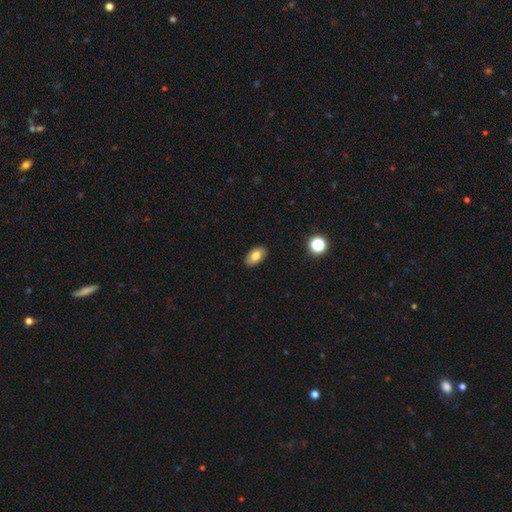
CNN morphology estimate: Smooth or featured? Predicted: smooth (p=0.77). How rounded? Predicted: in between (p=0.92). Merging? Predicted: none (p=0.89).